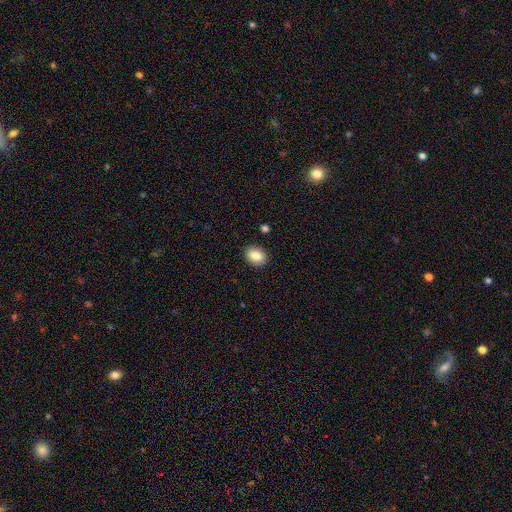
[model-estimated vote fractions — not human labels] Smooth or featured? smooth (85%)
How rounded? round (52%)
Merging? none (89%)